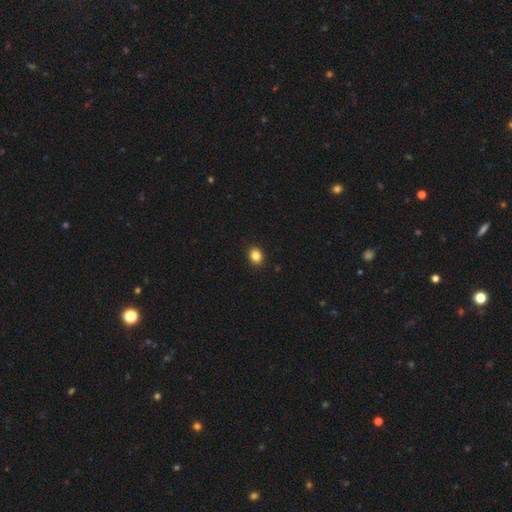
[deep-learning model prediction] Q: Smooth or featured?
A: smooth (85%); runner-up: star or artifact (11%)
Q: How rounded?
A: round (62%); runner-up: in between (37%)
Q: Merging?
A: none (92%); runner-up: minor disturbance (6%)